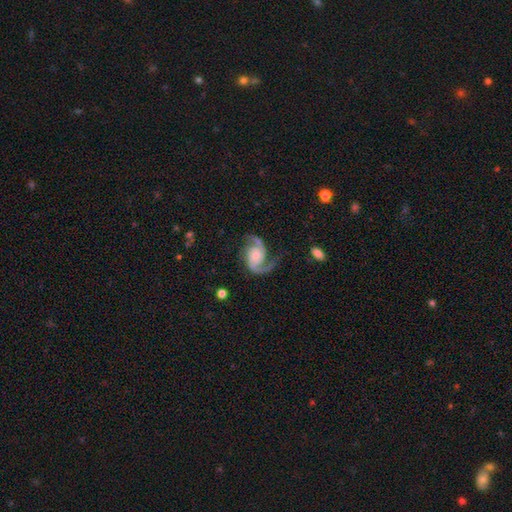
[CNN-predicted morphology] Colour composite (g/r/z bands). It shows a featured or disk galaxy (92%) with no bar (68%), 2 (92%) medium (54%) spiral arms (98%) and a small central bulge (36%). Merging: none (70%).